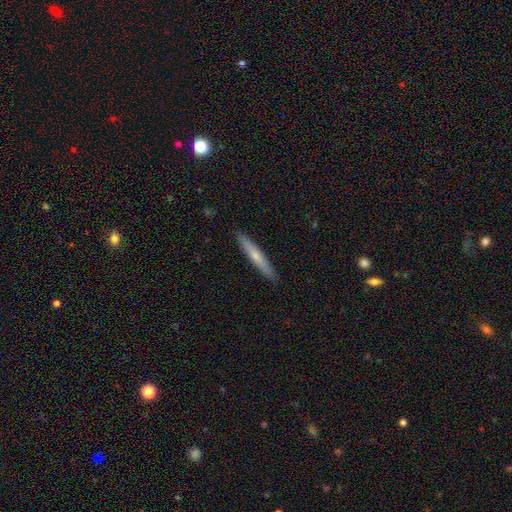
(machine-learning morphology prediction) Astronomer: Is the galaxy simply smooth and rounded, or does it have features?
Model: smooth — 61%.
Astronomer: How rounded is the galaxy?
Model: cigar-shaped — 94%.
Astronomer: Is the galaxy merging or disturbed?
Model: none — 91%.